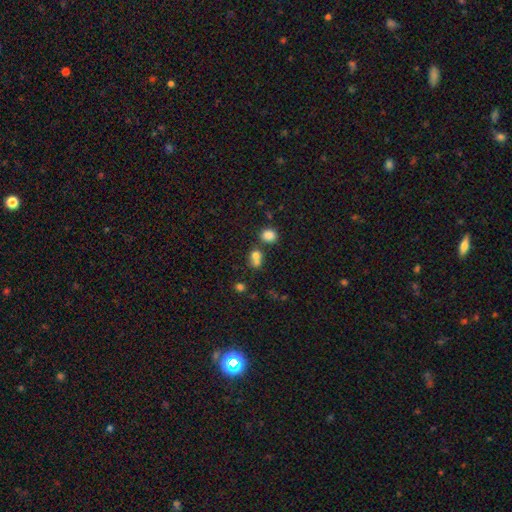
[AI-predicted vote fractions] smooth-or-featured: smooth: 74% | star or artifact: 15% | featured or disk: 11%
  how-rounded: round: 73% | in between: 26% | cigar-shaped: 1%
  merging: merger: 45% | none: 42% | minor disturbance: 9% | major disturbance: 4%